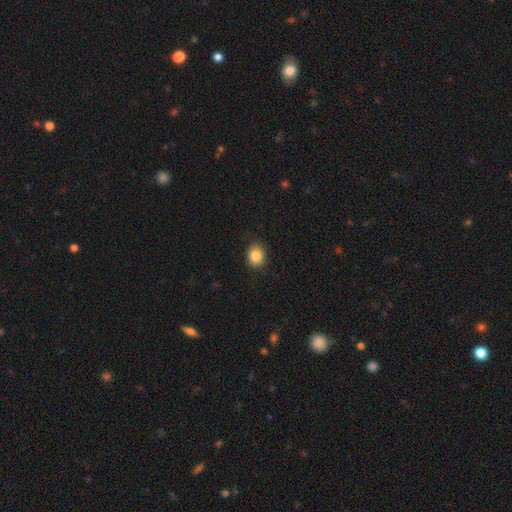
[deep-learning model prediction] smooth_or_featured: smooth (p=0.85) [alt: star or artifact p=0.09]
how_rounded: round (p=0.56) [alt: in between p=0.43]
merging: none (p=0.87) [alt: minor disturbance p=0.10]